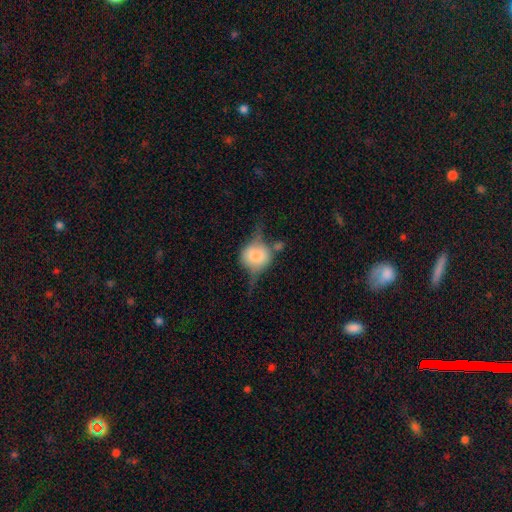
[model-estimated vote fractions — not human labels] This is possibly a featured or disk galaxy (50%). Merging: marginally none (40%).